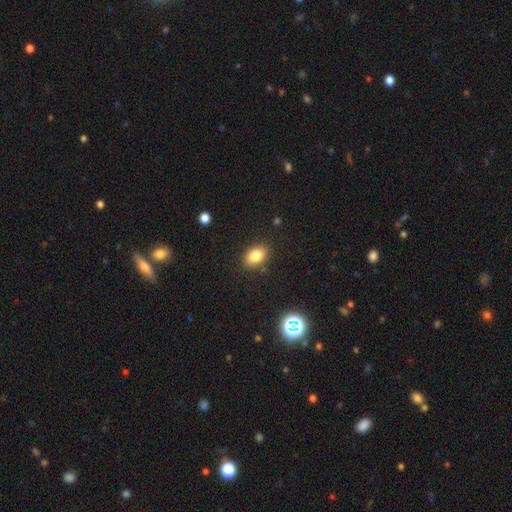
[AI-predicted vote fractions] smooth_or_featured: smooth (p=0.81) [alt: star or artifact p=0.11]
how_rounded: in between (p=0.79) [alt: round p=0.20]
merging: none (p=0.85) [alt: minor disturbance p=0.10]